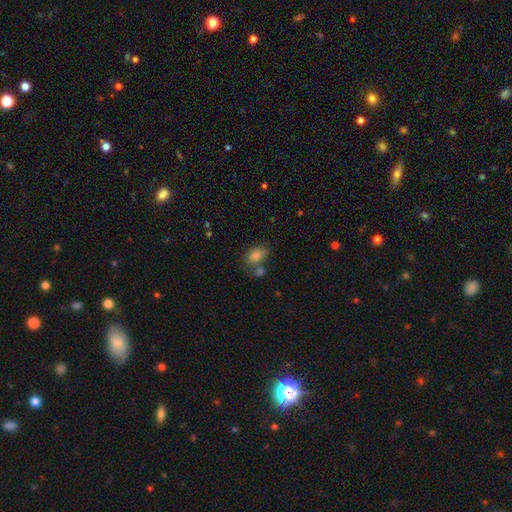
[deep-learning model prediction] Smooth or featured? smooth (82%)
How rounded? in between (79%)
Merging? none (52%)